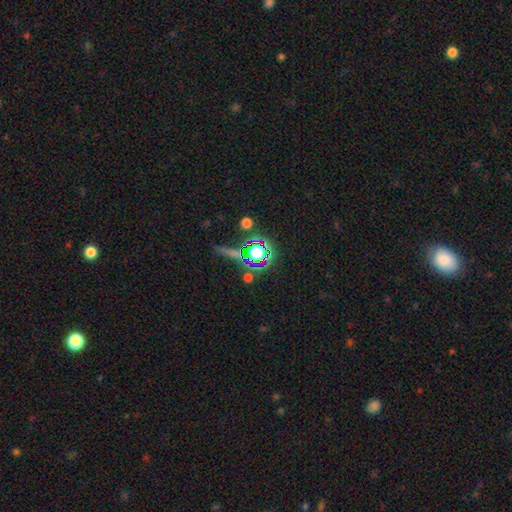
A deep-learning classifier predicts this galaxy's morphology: The model was most divided on "smooth or featured": star or artifact: 69%, smooth: 19%, featured or disk: 12%.